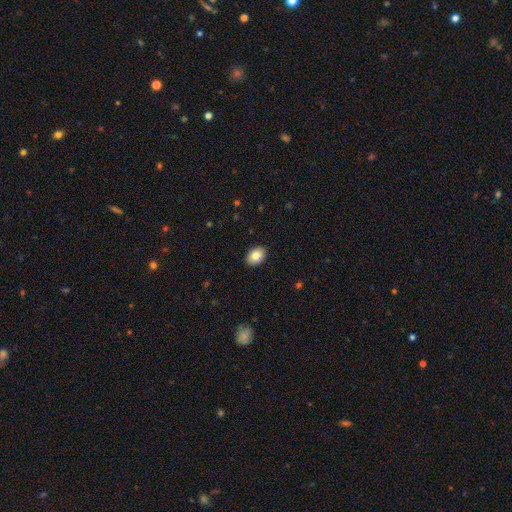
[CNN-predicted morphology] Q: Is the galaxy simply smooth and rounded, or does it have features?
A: smooth — 83%.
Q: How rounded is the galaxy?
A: in between — 79%.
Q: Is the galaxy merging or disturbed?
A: none — 90%.